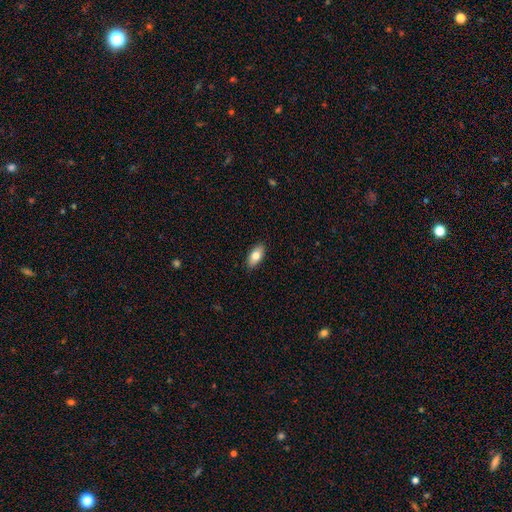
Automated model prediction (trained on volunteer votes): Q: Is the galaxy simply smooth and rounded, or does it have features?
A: smooth — 79%.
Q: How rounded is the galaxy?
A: in between — 90%.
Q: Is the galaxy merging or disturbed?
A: none — 90%.